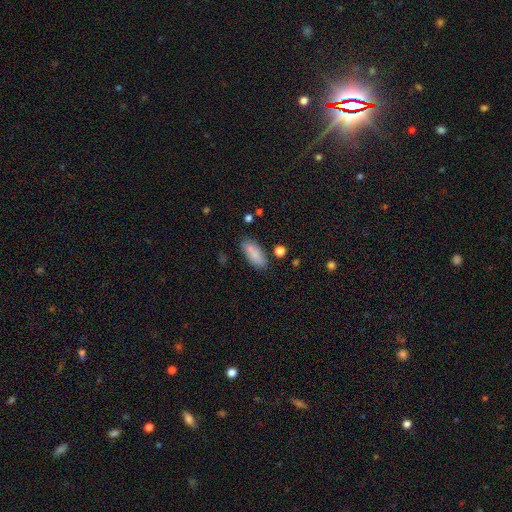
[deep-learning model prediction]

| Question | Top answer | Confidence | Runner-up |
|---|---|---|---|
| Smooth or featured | smooth | 86% | star or artifact (7%) |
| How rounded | in between | 82% | cigar-shaped (16%) |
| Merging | none | 78% | minor disturbance (14%) |